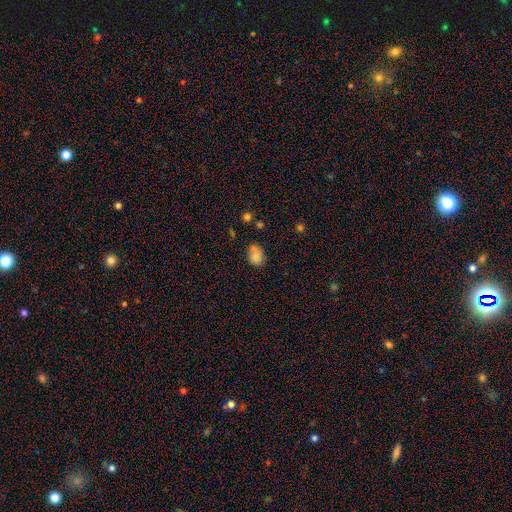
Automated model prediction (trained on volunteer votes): smooth_or_featured: smooth (p=0.80) [alt: star or artifact p=0.11]
how_rounded: in between (p=0.57) [alt: round p=0.42]
merging: none (p=0.55) [alt: minor disturbance p=0.23]